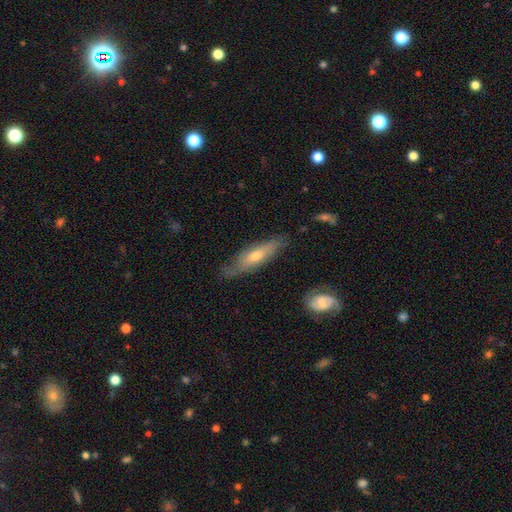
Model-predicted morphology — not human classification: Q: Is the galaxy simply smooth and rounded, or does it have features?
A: featured or disk — 48%.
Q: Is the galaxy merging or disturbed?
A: none — 71%.